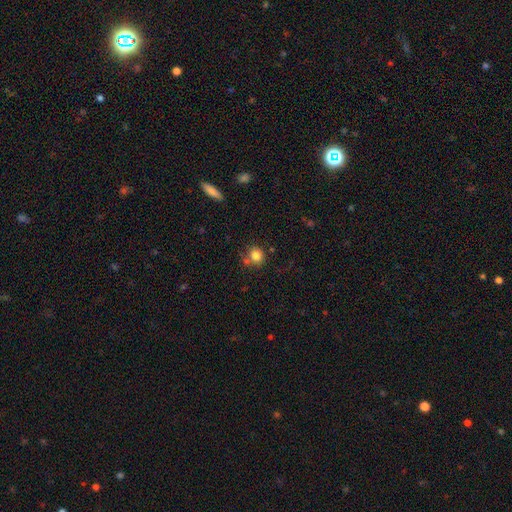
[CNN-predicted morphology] type=smooth (82%); roundness=round (82%); merging=none (67%).